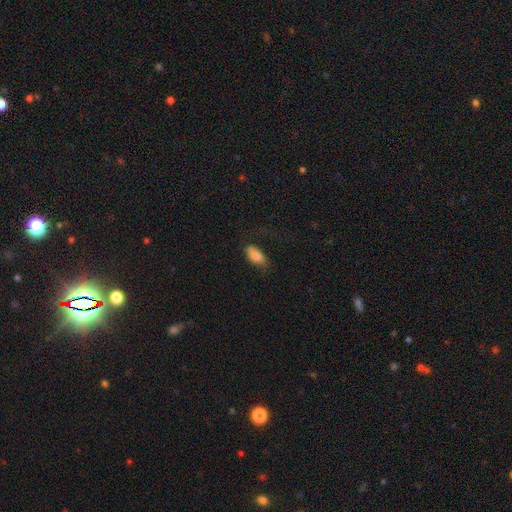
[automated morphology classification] This is clearly a smooth galaxy (81%). How rounded: clearly in between (90%). Merging: likely none (66%).